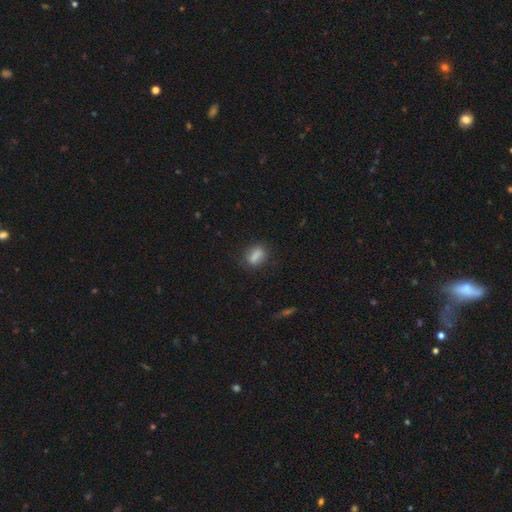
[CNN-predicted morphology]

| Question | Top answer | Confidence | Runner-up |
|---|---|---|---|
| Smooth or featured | smooth | 82% | featured or disk (10%) |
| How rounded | in between | 69% | round (16%) |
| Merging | none | 81% | minor disturbance (13%) |